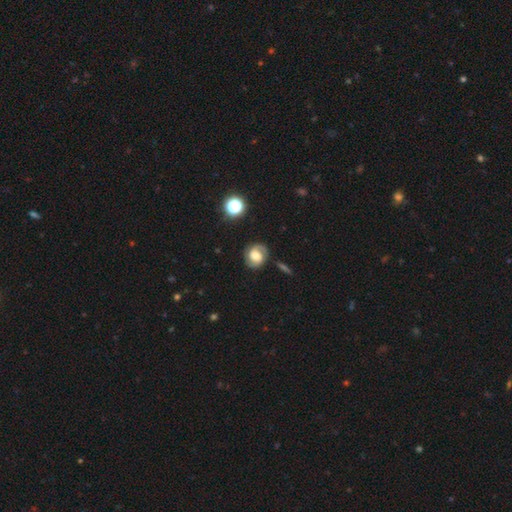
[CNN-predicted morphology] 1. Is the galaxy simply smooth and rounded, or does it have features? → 65% featured or disk, 26% smooth, 9% star or artifact.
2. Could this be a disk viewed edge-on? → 97% no, 3% yes.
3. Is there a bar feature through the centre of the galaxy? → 44% weak, 42% no, 14% strong.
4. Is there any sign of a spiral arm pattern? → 91% yes, 9% no.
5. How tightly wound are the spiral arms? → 46% medium, 40% tight, 15% loose.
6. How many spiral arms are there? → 85% 2, 6% can't tell, 5% 1, 2% 3, 1% 4, 1% more than 4.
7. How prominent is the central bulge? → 43% moderate, 34% large, 13% small, 5% none, 5% dominant.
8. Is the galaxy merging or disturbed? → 78% none, 14% minor disturbance, 5% major disturbance, 3% merger.